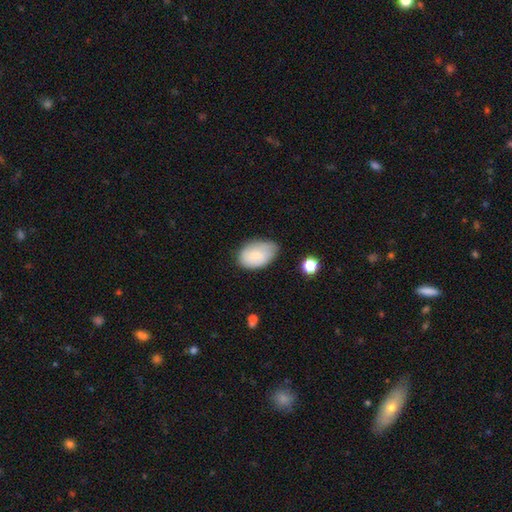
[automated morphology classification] Smooth or featured? smooth (73%)
How rounded? in between (89%)
Merging? none (59%)